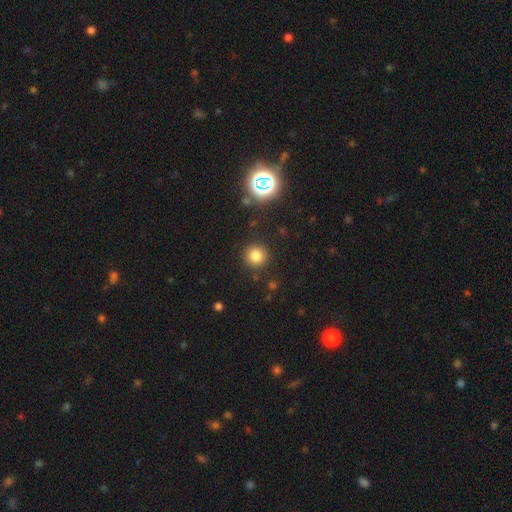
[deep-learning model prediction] The model was most divided on "smooth or featured": smooth: 80%, star or artifact: 15%, featured or disk: 6%. More confident: how rounded — round (93%); merging — none (89%).